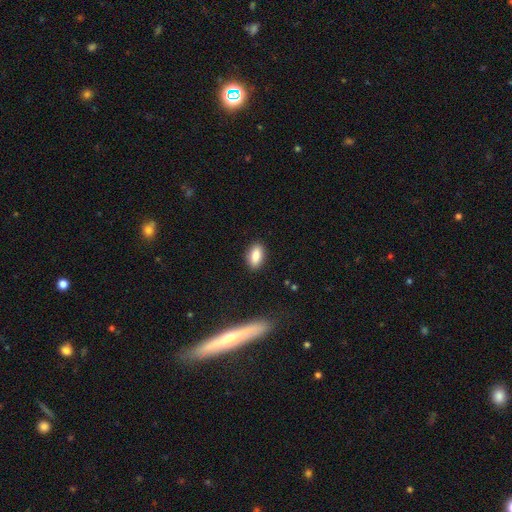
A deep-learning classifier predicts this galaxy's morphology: Smooth or featured? Predicted: smooth (p=0.85). How rounded? Predicted: in between (p=0.89). Merging? Predicted: none (p=0.87).